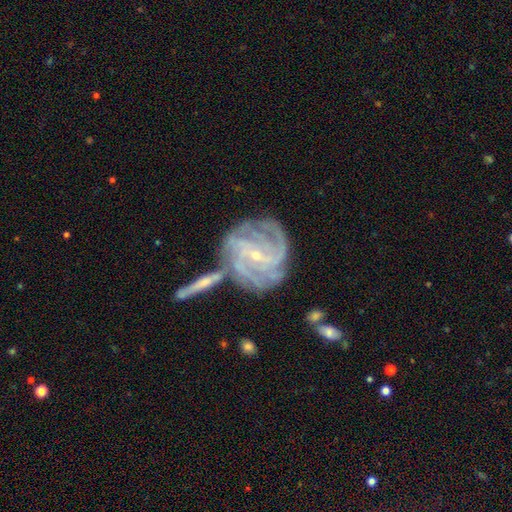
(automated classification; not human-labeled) featured or disk 89%, star or artifact 6%, smooth 5%. Down the decision tree: edge-on disk — no (97%); bar — no (41%); spiral arms — yes (97%); spiral arm count — 4 (38%); spiral winding — tight (64%); bulge size — small (83%); merging — none (57%).